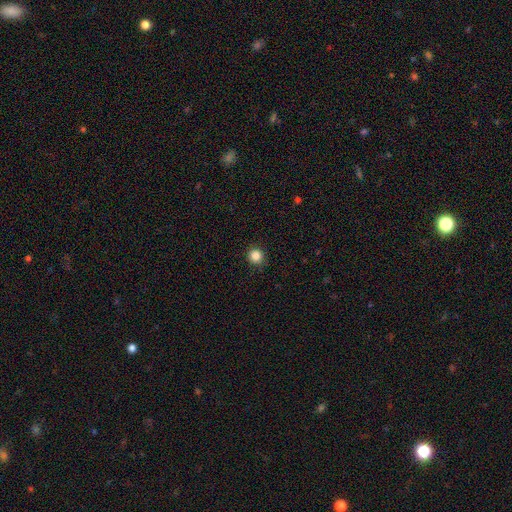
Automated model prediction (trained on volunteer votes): smooth_or_featured: smooth (p=0.85) [alt: star or artifact p=0.11]
how_rounded: round (p=0.92) [alt: in between p=0.07]
merging: none (p=0.90) [alt: minor disturbance p=0.07]